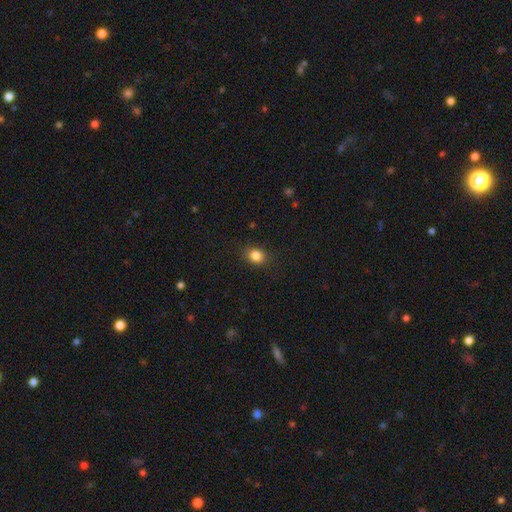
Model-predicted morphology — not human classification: A smooth galaxy with no disk features (85%) that is round (58%).

Vote fractions:
- Smooth or featured? smooth: 85% / star or artifact: 11% / featured or disk: 5%
- How rounded? round: 58% / in between: 41% / cigar-shaped: 1%
- Merging? none: 87% / minor disturbance: 9% / major disturbance: 3% / merger: 1%